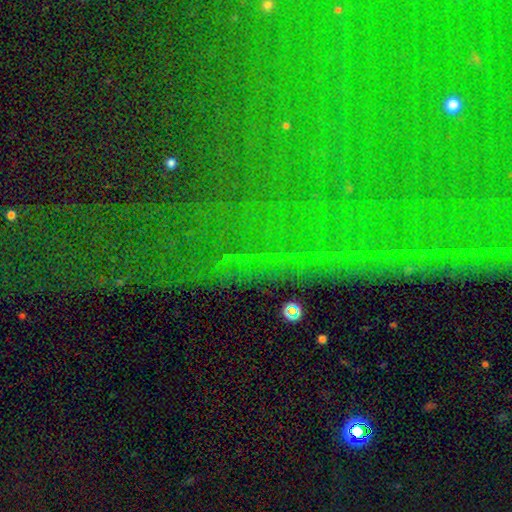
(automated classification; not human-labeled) smooth_or_featured: star or artifact (p=0.84) [alt: featured or disk p=0.09]